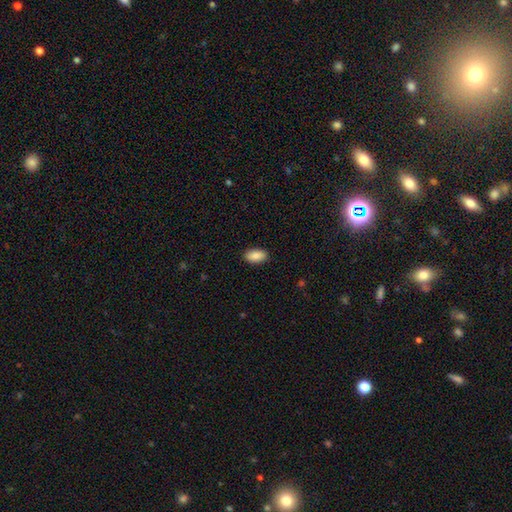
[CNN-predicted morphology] Smooth or featured: smooth — 87% (star or artifact — 7%)
How rounded: in between — 93% (round — 4%)
Merging: none — 90% (minor disturbance — 8%)